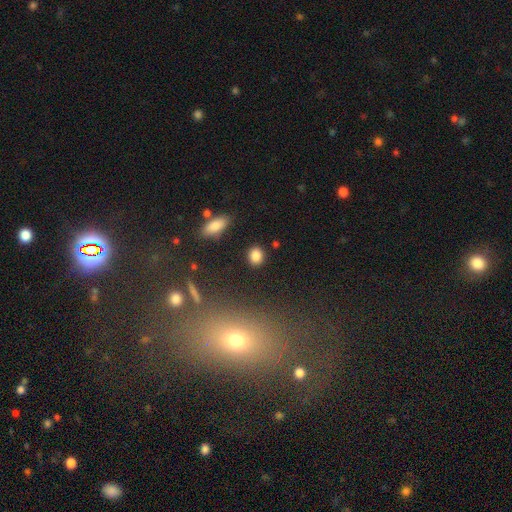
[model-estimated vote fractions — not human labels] smooth-or-featured: smooth: 85% | star or artifact: 10% | featured or disk: 5%
  how-rounded: round: 57% | in between: 41% | cigar-shaped: 2%
  merging: none: 87% | minor disturbance: 8% | merger: 3% | major disturbance: 2%